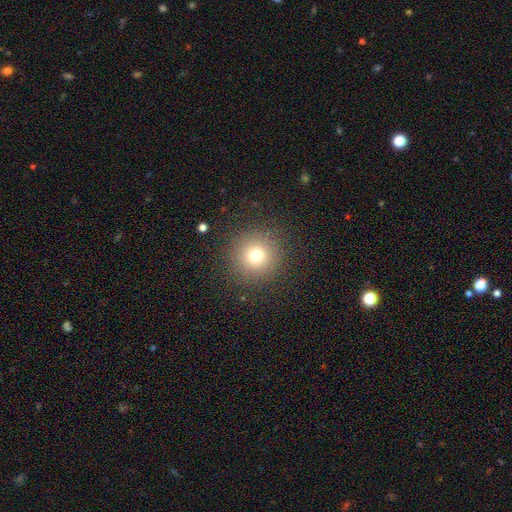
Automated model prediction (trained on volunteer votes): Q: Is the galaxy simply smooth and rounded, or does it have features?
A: smooth — 73%.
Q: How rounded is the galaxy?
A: round — 96%.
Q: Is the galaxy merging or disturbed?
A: none — 89%.